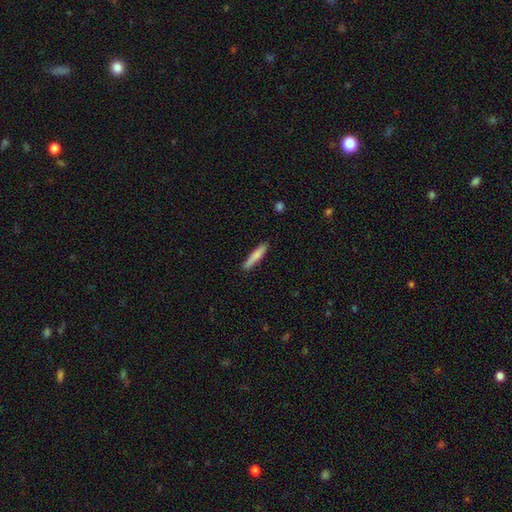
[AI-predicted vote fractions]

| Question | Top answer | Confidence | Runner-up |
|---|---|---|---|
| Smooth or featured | smooth | 79% | featured or disk (15%) |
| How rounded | cigar-shaped | 90% | in between (8%) |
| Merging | none | 88% | minor disturbance (9%) |